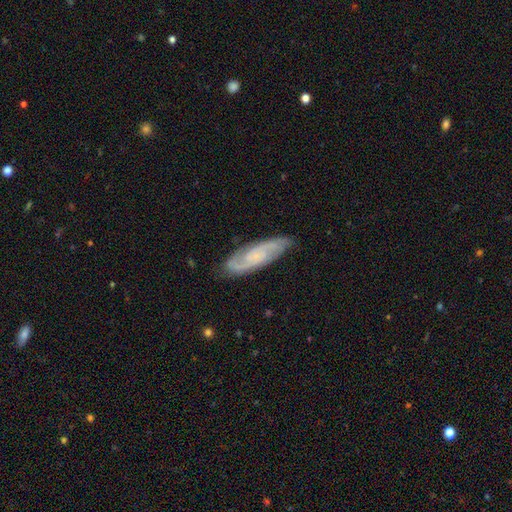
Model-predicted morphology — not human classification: A featured or disk galaxy (76%) with no bar (58%), 2 (70%) medium (46%) spiral arms (96%) and a small central bulge (42%). Merging: none (80%).